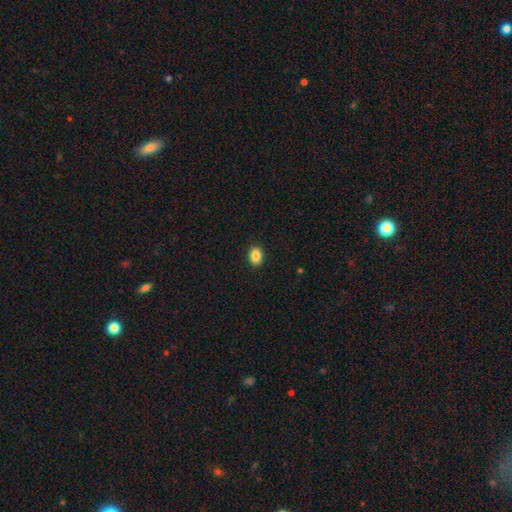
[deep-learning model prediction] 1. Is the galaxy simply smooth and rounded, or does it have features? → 87% smooth, 9% star or artifact, 4% featured or disk.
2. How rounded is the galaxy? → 72% in between, 27% round, 1% cigar-shaped.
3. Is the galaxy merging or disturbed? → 91% none, 7% minor disturbance, 2% major disturbance, 1% merger.